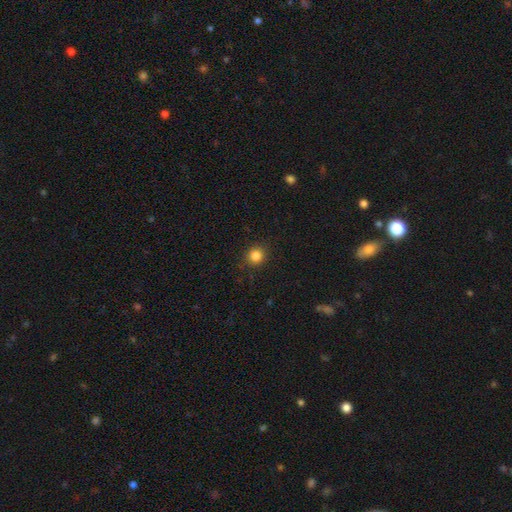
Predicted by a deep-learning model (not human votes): The model was most divided on "smooth or featured": smooth: 84%, star or artifact: 12%, featured or disk: 4%. More confident: merging — none (90%); how rounded — round (88%).